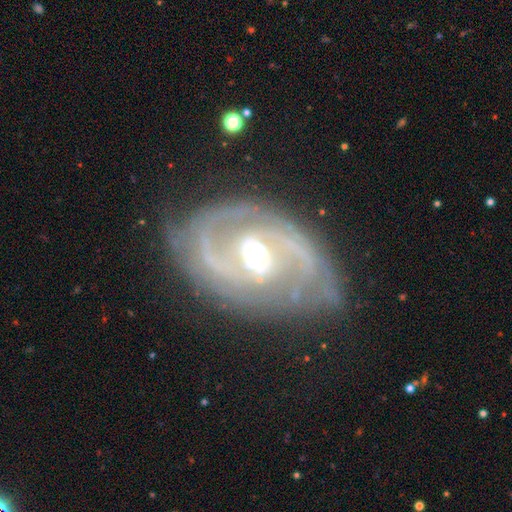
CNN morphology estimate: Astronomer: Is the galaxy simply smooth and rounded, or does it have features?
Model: featured or disk — 90%.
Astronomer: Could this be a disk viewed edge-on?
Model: no — 97%.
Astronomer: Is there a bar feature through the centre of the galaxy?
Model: weak — 47% (runner-up: no, 37%).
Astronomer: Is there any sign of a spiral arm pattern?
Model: yes — 97%.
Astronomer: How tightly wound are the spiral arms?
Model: tight — 52% (runner-up: medium, 40%).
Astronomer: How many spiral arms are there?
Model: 2 — 69%.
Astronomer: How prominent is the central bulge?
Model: moderate — 50% (runner-up: small, 45%).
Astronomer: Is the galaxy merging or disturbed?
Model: none — 73%.